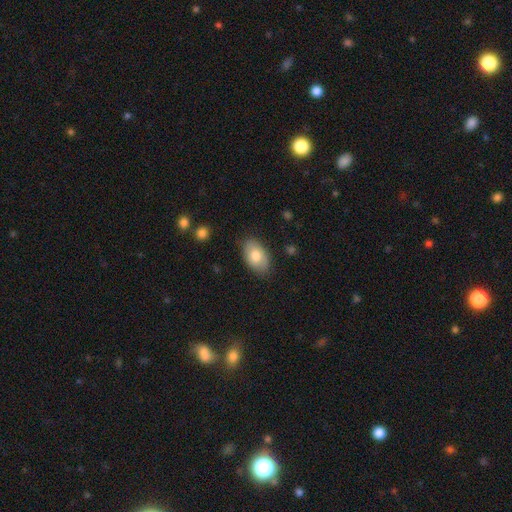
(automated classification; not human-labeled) Smooth or featured?
  - smooth: 77% *
  - featured or disk: 17%
  - star or artifact: 6%
How rounded?
  - in between: 92% *
  - round: 7%
  - cigar-shaped: 1%
Merging?
  - none: 82% *
  - minor disturbance: 14%
  - major disturbance: 3%
  - merger: 1%